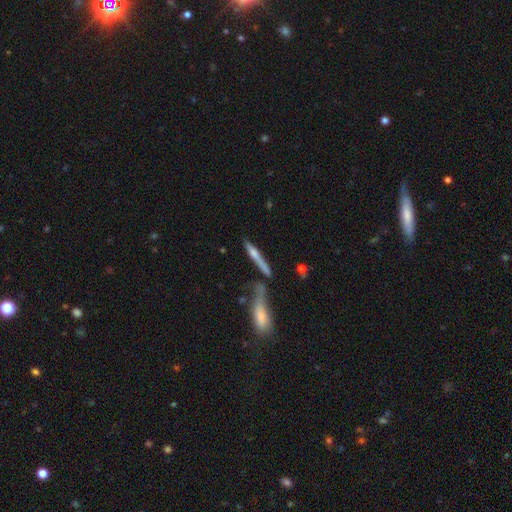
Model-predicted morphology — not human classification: The model was most divided on "smooth or featured": featured or disk: 50%, smooth: 41%, star or artifact: 9%. More confident: edge-on disk — yes (90%); merging — none (52%).